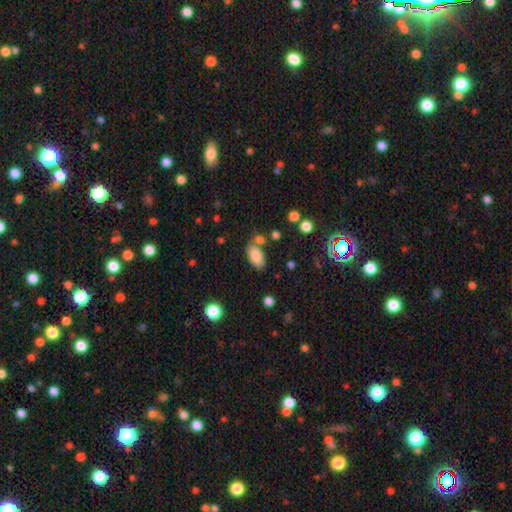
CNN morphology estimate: A smooth galaxy with no disk features (84%) that is in between round and cigar-shaped (93%).

Vote fractions:
- Smooth or featured? smooth: 84% / star or artifact: 8% / featured or disk: 8%
- How rounded? in between: 93% / round: 4% / cigar-shaped: 3%
- Merging? none: 69% / minor disturbance: 14% / merger: 13% / major disturbance: 4%